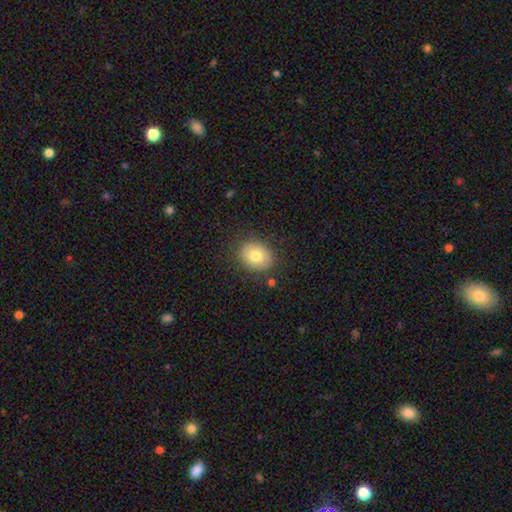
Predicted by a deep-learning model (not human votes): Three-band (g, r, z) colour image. It shows a smooth galaxy with no disk features (76%) that is round (54%). Merging: none (85%).